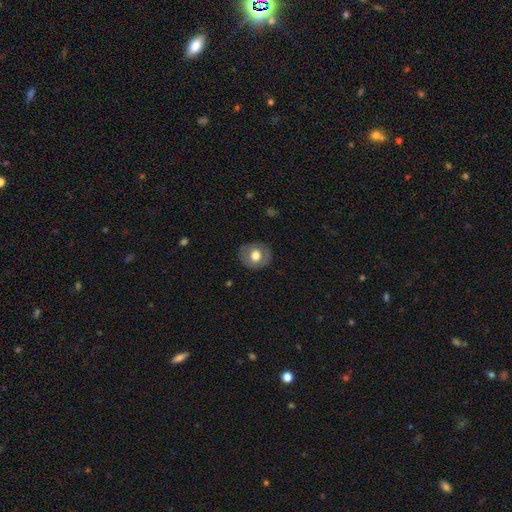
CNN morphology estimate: This appears to be a smooth galaxy with no disk features (67%) that is round (71%). Merging: none (85%).